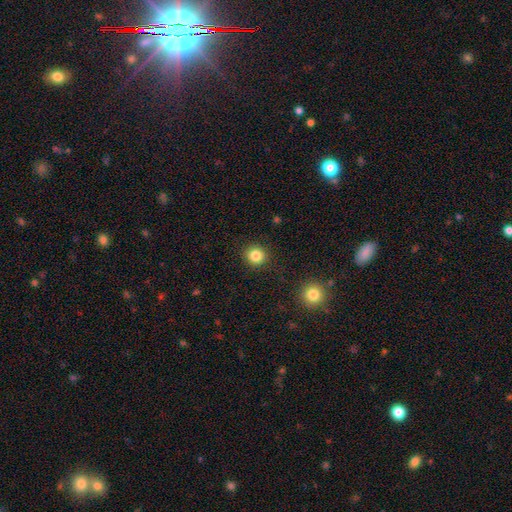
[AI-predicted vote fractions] smooth-or-featured: smooth: 83% | star or artifact: 12% | featured or disk: 5%
  how-rounded: round: 89% | in between: 10% | cigar-shaped: 1%
  merging: none: 90% | minor disturbance: 6% | major disturbance: 2% | merger: 1%